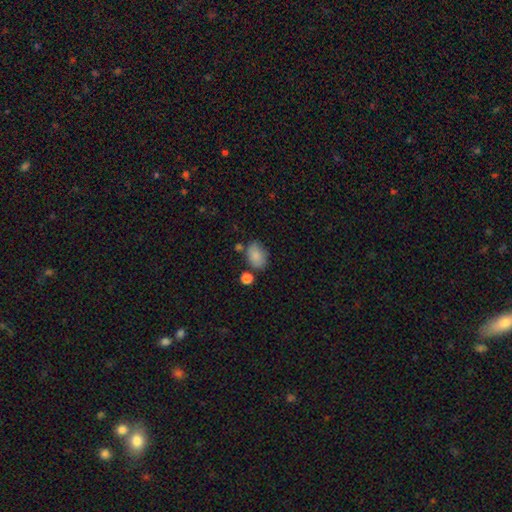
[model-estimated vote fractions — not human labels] This appears to be a smooth galaxy with no disk features (83%) that is in between round and cigar-shaped (80%). Merging: none (62%).